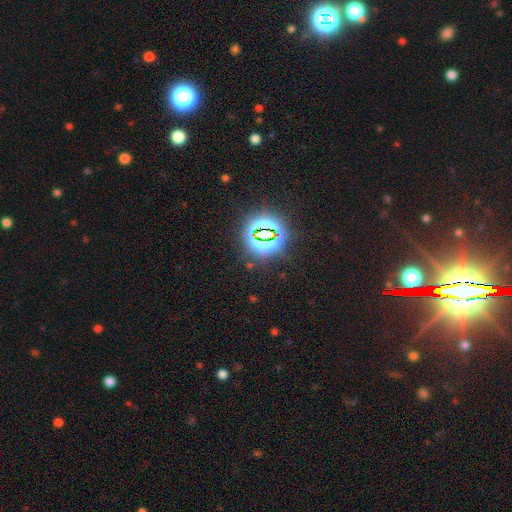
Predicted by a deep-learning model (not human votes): Smooth or featured: star or artifact — 82% (smooth — 10%)